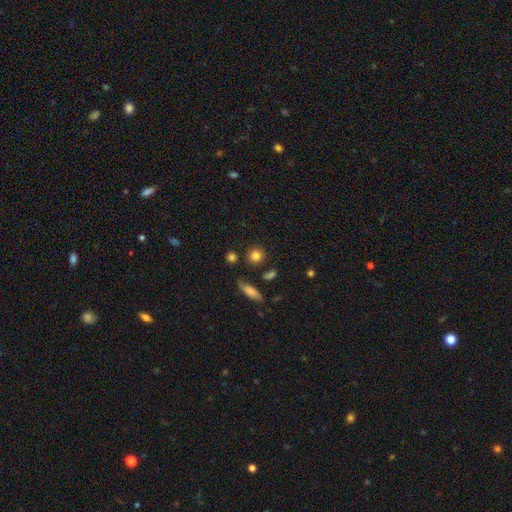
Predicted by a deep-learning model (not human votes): Smooth or featured? Predicted: smooth (p=0.83). How rounded? Predicted: round (p=0.87). Merging? Predicted: none (p=0.82).